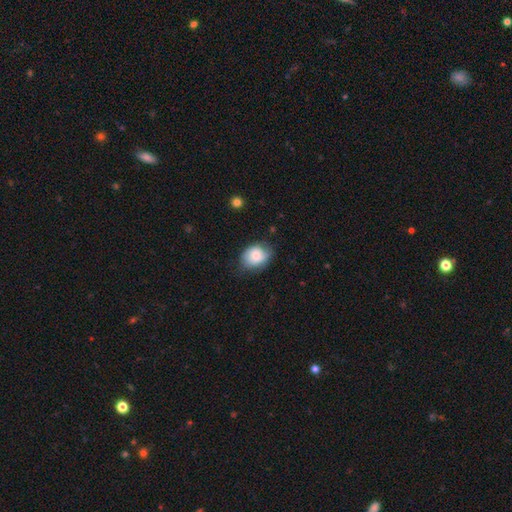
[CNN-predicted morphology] Smooth or featured: smooth — 75% (featured or disk — 17%)
How rounded: in between — 64% (round — 35%)
Merging: none — 64% (minor disturbance — 28%)